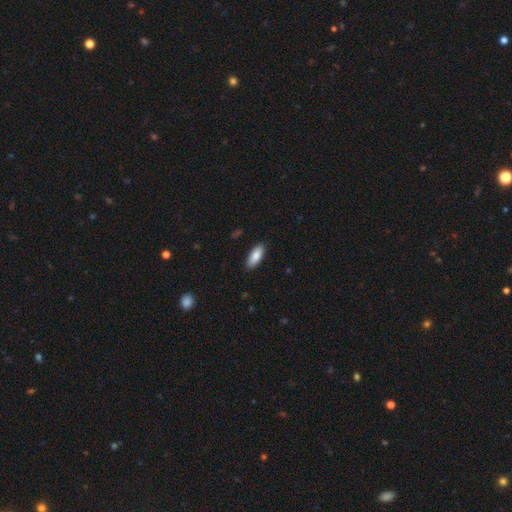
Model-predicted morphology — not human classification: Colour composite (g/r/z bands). It shows a smooth galaxy with no disk features (86%) that is in between round and cigar-shaped (79%). Merging: none (89%).